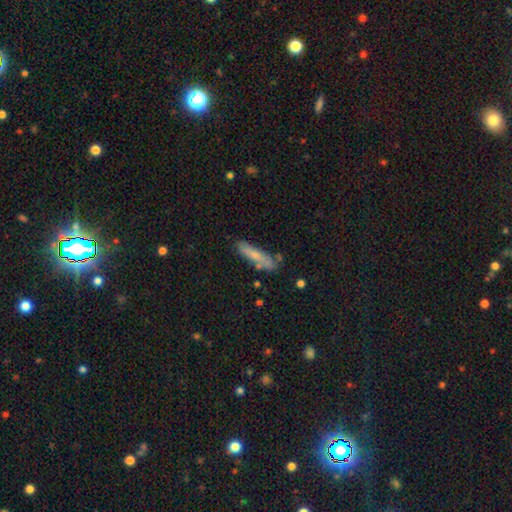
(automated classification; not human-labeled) A smooth galaxy with no disk features (69%) that is cigar-shaped (81%). Merging: none (73%).